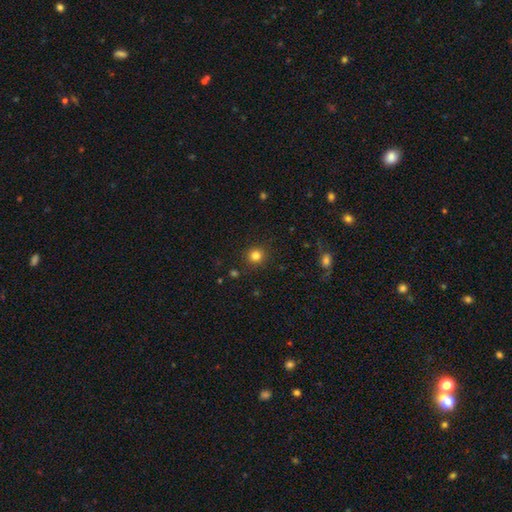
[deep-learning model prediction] Smooth or featured? Predicted: smooth (p=0.81). How rounded? Predicted: round (p=0.93). Merging? Predicted: none (p=0.90).